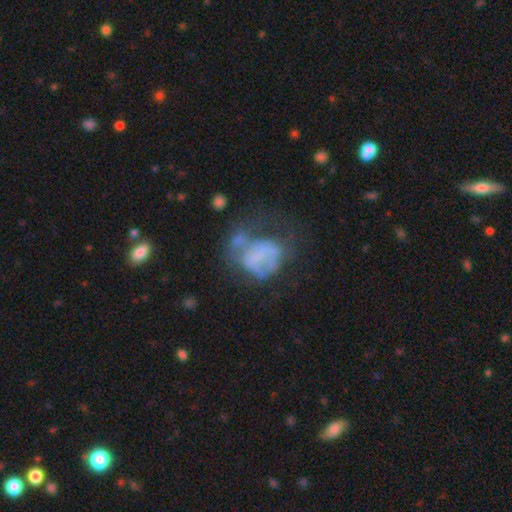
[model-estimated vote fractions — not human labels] Overall: featured or disk (50%; smooth 38%). Merging: major disturbance (42%; none 23%).